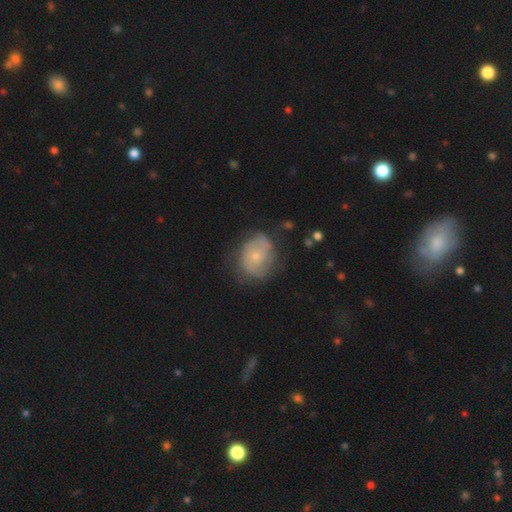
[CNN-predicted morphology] Q: Smooth or featured?
A: featured or disk (57%); runner-up: smooth (35%)
Q: Edge-on disk?
A: no (97%); runner-up: yes (3%)
Q: Bar?
A: no (77%); runner-up: weak (20%)
Q: Spiral arms?
A: yes (79%); runner-up: no (21%)
Q: Bulge size?
A: small (66%); runner-up: moderate (29%)
Q: Merging?
A: none (62%); runner-up: minor disturbance (25%)